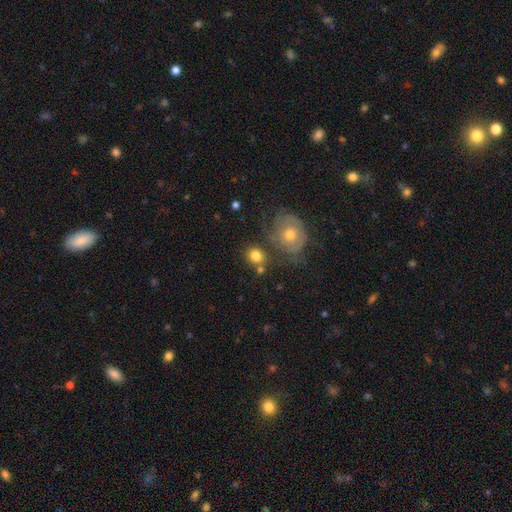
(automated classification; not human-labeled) A smooth galaxy with no disk features (78%) that is round (75%).

Vote fractions:
- Smooth or featured? smooth: 78% / featured or disk: 13% / star or artifact: 9%
- How rounded? round: 75% / in between: 24% / cigar-shaped: 1%
- Merging? none: 63% / merger: 17% / minor disturbance: 14% / major disturbance: 6%